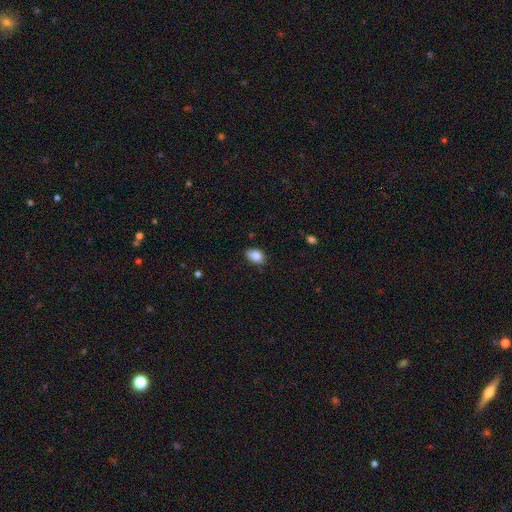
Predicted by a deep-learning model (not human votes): Smooth or featured? Predicted: smooth (p=0.87). How rounded? Predicted: in between (p=0.84). Merging? Predicted: none (p=0.76).